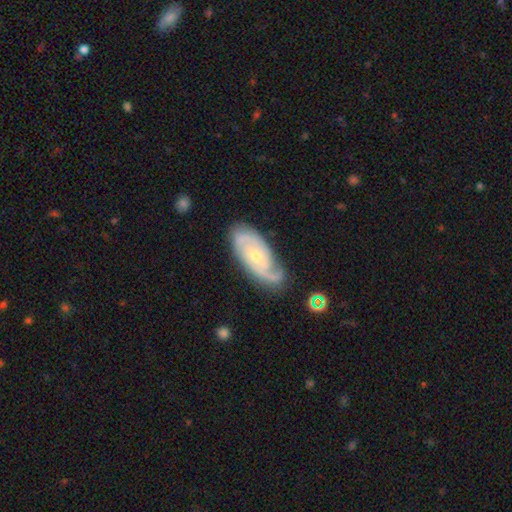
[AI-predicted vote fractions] Q: Smooth or featured?
A: featured or disk (86%); runner-up: smooth (9%)
Q: Edge-on disk?
A: no (95%); runner-up: yes (5%)
Q: Bar?
A: no (58%); runner-up: weak (33%)
Q: Spiral arms?
A: yes (97%); runner-up: no (3%)
Q: Spiral winding?
A: tight (53%); runner-up: medium (38%)
Q: Spiral arm count?
A: 2 (66%); runner-up: 3 (12%)
Q: Bulge size?
A: small (62%); runner-up: moderate (35%)
Q: Merging?
A: none (73%); runner-up: minor disturbance (20%)